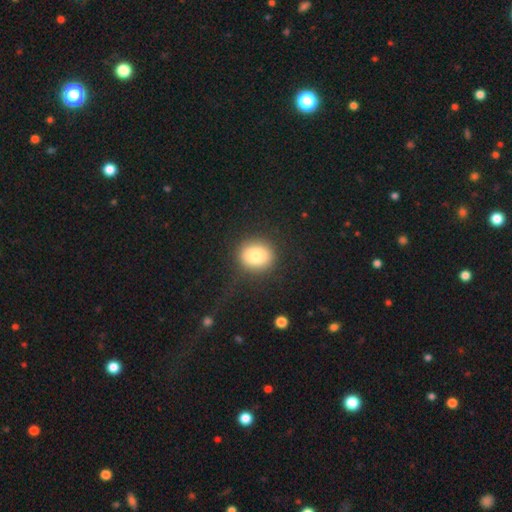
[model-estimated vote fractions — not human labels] Overall: smooth (82%). How rounded: round (77%). Merging: none (82%).